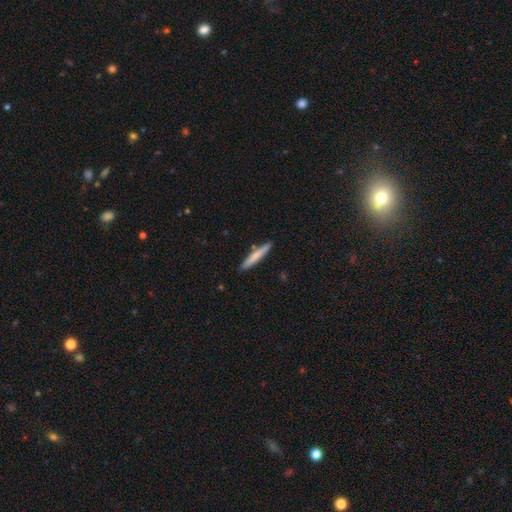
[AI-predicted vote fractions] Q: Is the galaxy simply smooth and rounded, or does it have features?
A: smooth — 71%.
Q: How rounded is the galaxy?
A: cigar-shaped — 95%.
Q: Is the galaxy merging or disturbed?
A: none — 86%.